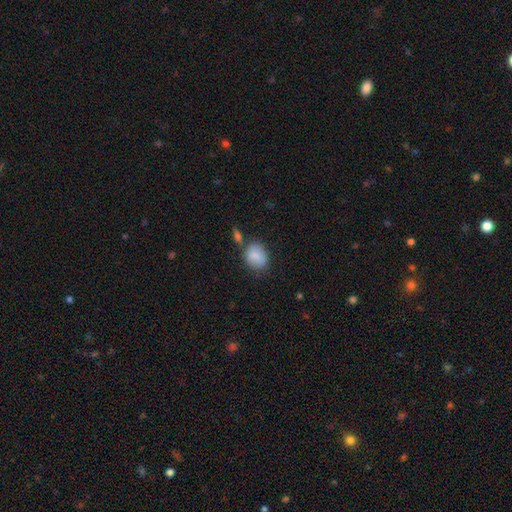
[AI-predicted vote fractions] Morphology: type=smooth (84%); roundness=round (52%); merging=none (59%).